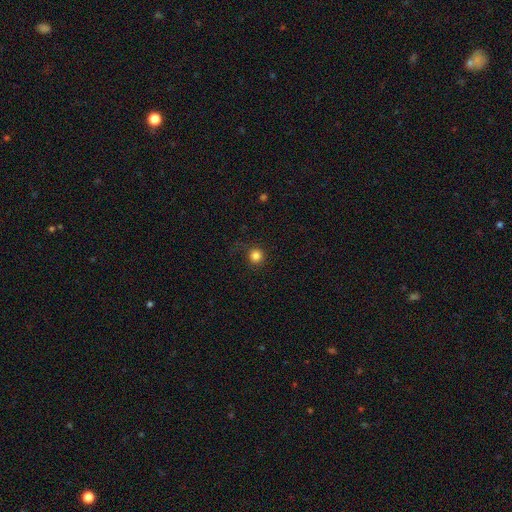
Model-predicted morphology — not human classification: Q: Smooth or featured?
A: smooth (83%); runner-up: star or artifact (13%)
Q: How rounded?
A: round (95%); runner-up: in between (4%)
Q: Merging?
A: none (85%); runner-up: minor disturbance (10%)